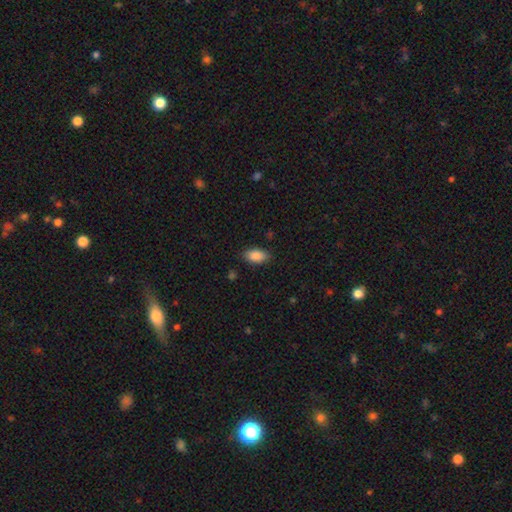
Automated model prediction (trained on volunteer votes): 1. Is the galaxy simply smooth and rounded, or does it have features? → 88% smooth, 7% star or artifact, 5% featured or disk.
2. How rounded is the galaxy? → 93% in between, 4% round, 3% cigar-shaped.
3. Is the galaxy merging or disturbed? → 86% none, 11% minor disturbance, 3% major disturbance, 1% merger.